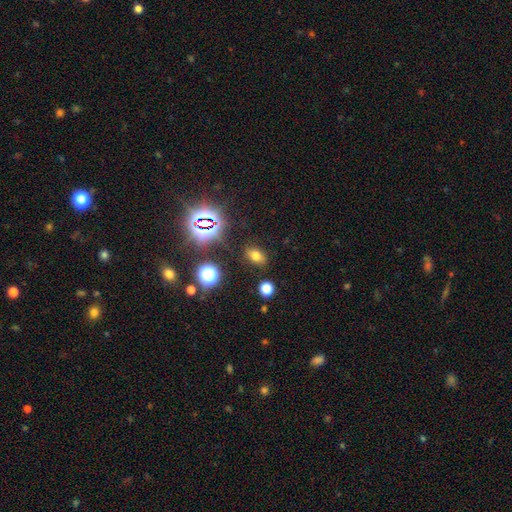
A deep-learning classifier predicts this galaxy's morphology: A smooth galaxy with no disk features (66%) that is in between round and cigar-shaped (79%). Merging: none (84%).